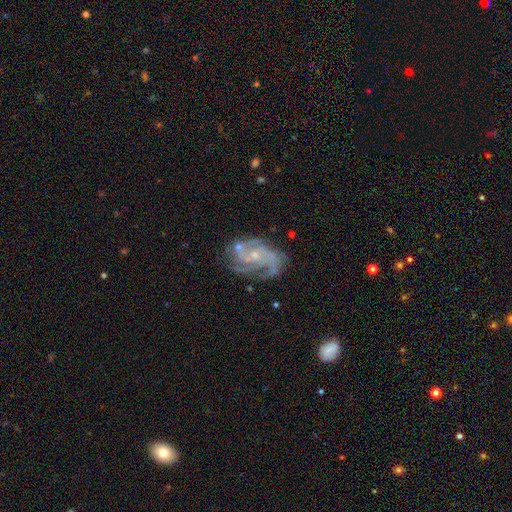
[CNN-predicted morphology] Smooth or featured?
  - featured or disk: 88% *
  - star or artifact: 7%
  - smooth: 6%
Edge-on disk?
  - no: 98% *
  - yes: 2%
Bar?
  - no: 64% *
  - weak: 29%
  - strong: 6%
Spiral arms?
  - yes: 97% *
  - no: 3%
Spiral winding?
  - medium: 48% *
  - tight: 40%
  - loose: 12%
Spiral arm count?
  - 3: 38% *
  - 2: 25%
  - can't tell: 14%
  - 4: 11%
  - 1: 6%
  - more than 4: 6%
Bulge size?
  - small: 74% *
  - moderate: 19%
  - none: 5%
  - large: 1%
  - dominant: 1%
Merging?
  - none: 63% *
  - minor disturbance: 21%
  - major disturbance: 12%
  - merger: 5%